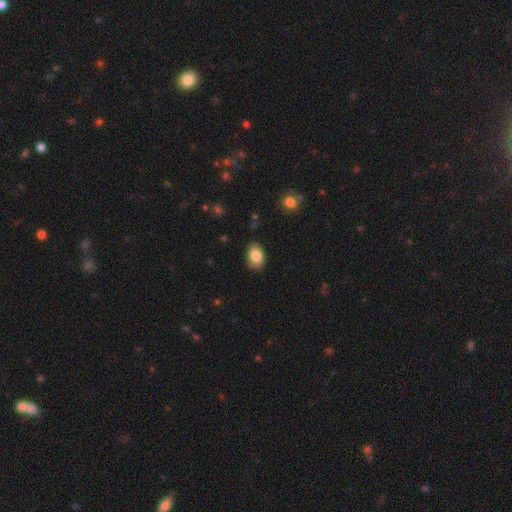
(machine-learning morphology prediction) smooth 84%, star or artifact 8%, featured or disk 8%. Down the decision tree: how rounded — in between (84%); merging — none (84%).